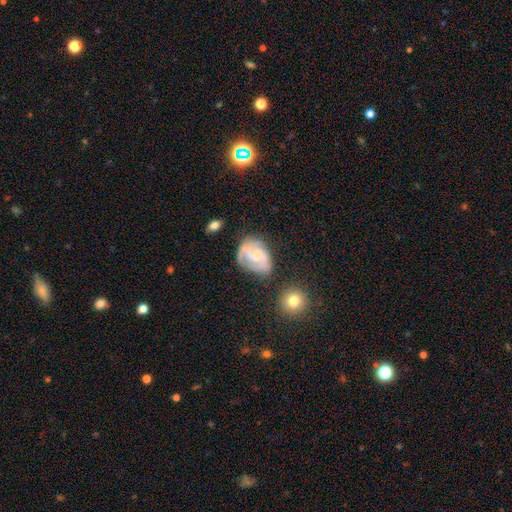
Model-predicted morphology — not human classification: Smooth or featured: featured or disk — 70% (smooth — 22%)
Edge-on disk: no — 97% (yes — 3%)
Bar: no — 55% (weak — 38%)
Spiral arms: yes — 82% (no — 18%)
Spiral winding: medium — 43% (tight — 40%)
Spiral arm count: 2 — 44% (can't tell — 28%)
Bulge size: small — 56% (moderate — 27%)
Merging: none — 49% (minor disturbance — 27%)